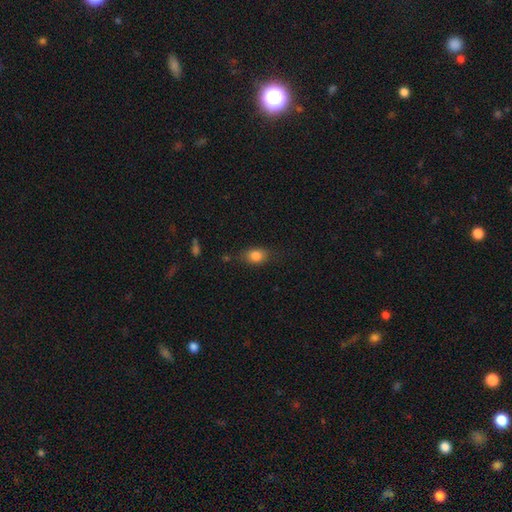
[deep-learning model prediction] A smooth galaxy with no disk features (82%) that is in between round and cigar-shaped (69%). Merging: none (72%).